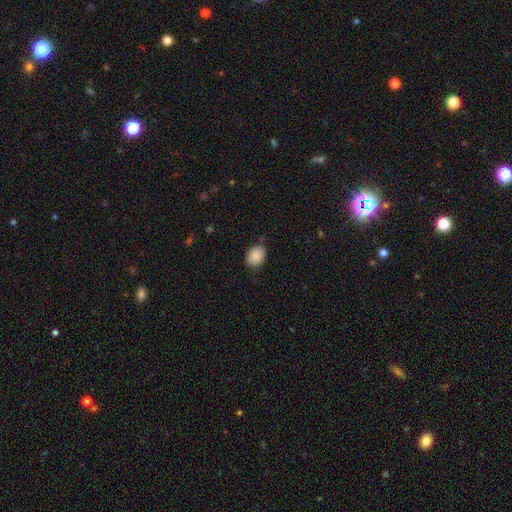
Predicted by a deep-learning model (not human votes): A smooth galaxy with no disk features (89%) that is in between round and cigar-shaped (53%).

Vote fractions:
- Smooth or featured? smooth: 89% / star or artifact: 8% / featured or disk: 4%
- How rounded? in between: 53% / round: 46% / cigar-shaped: 1%
- Merging? none: 75% / minor disturbance: 20% / major disturbance: 4% / merger: 2%